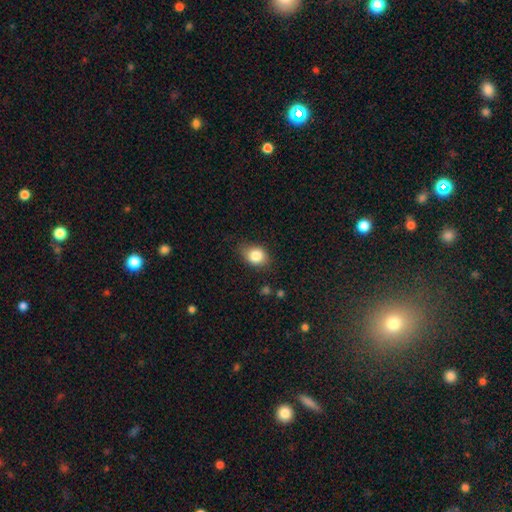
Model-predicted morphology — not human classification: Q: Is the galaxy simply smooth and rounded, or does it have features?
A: smooth — 83%.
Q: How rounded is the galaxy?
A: in between — 56%.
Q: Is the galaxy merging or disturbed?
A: none — 71%.